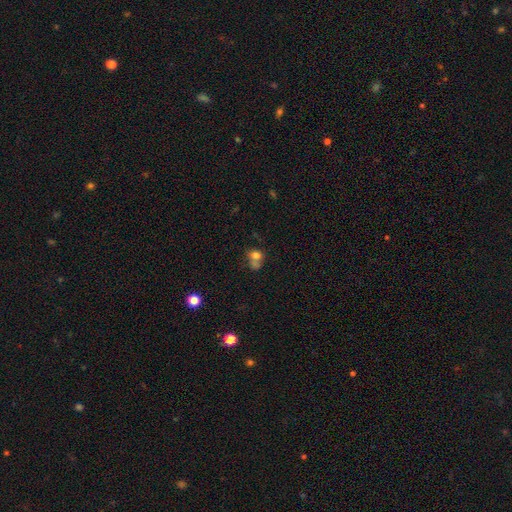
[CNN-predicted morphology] This appears to be a smooth galaxy with no disk features (72%) that is round (55%). Merging: merger (49%).